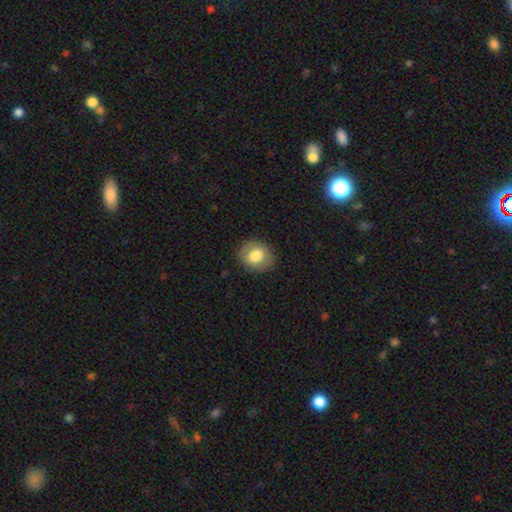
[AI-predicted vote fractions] A smooth galaxy with no disk features (77%) that is round (65%). Merging: none (88%).